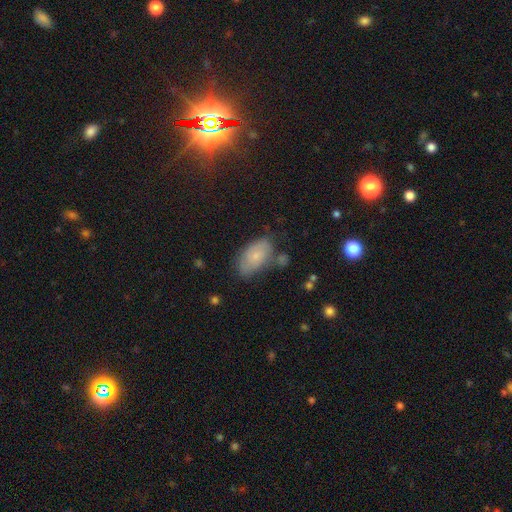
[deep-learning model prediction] Smooth or featured? Predicted: smooth (p=0.66). How rounded? Predicted: in between (p=0.93). Merging? Predicted: none (p=0.59).